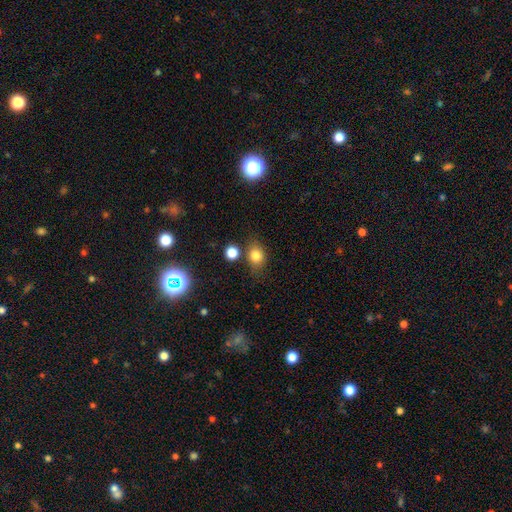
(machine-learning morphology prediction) Q: Smooth or featured?
A: smooth (80%); runner-up: star or artifact (12%)
Q: How rounded?
A: in between (51%); runner-up: round (47%)
Q: Merging?
A: none (69%); runner-up: minor disturbance (16%)